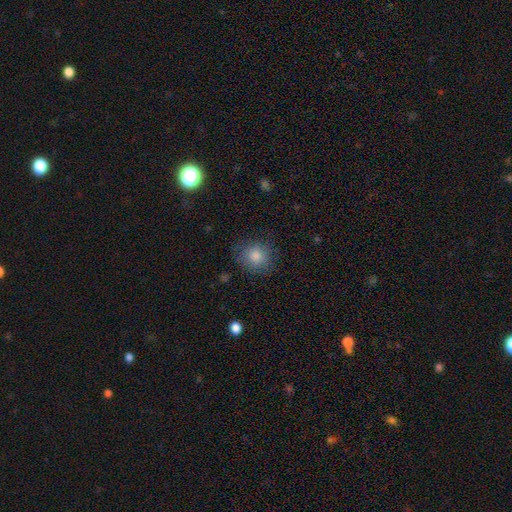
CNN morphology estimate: smooth-or-featured: smooth: 82% | star or artifact: 11% | featured or disk: 7%
  how-rounded: round: 84% | in between: 15% | cigar-shaped: 1%
  merging: none: 81% | minor disturbance: 14% | major disturbance: 4% | merger: 1%